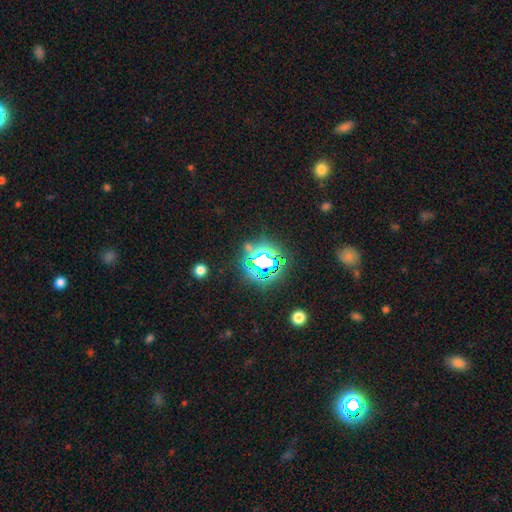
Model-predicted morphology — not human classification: star or artifact 79%, smooth 13%, featured or disk 8%.